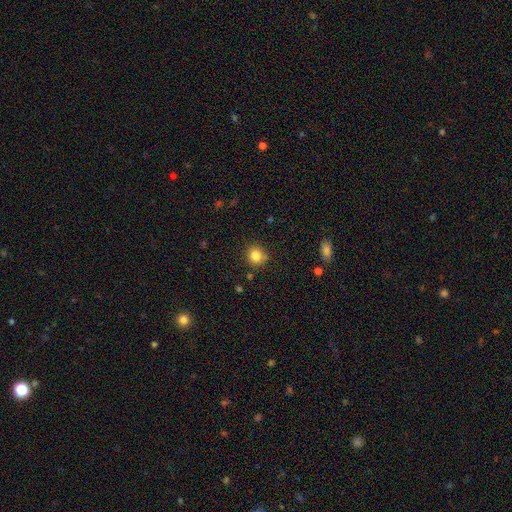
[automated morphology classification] A smooth galaxy with no disk features (83%) that is round (90%).

Vote fractions:
- Smooth or featured? smooth: 83% / star or artifact: 11% / featured or disk: 6%
- How rounded? round: 90% / in between: 9% / cigar-shaped: 1%
- Merging? none: 83% / minor disturbance: 12% / major disturbance: 3% / merger: 2%